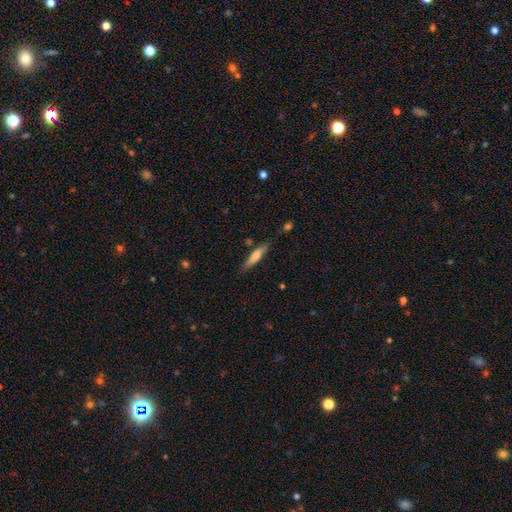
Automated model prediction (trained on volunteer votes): smooth 61%, featured or disk 33%, star or artifact 6%. Down the decision tree: how rounded — cigar-shaped (81%); merging — none (79%).